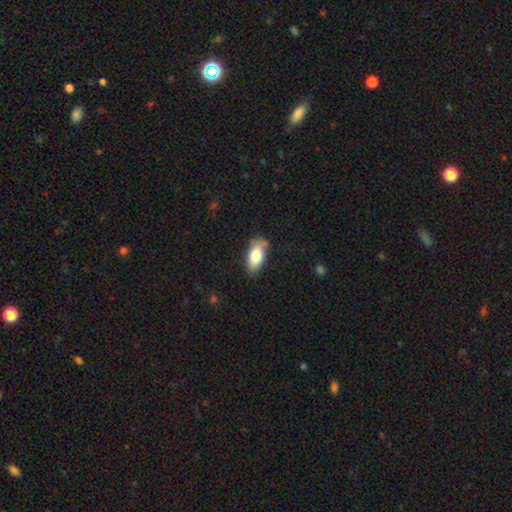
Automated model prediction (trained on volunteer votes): smooth 77%, featured or disk 16%, star or artifact 7%. Down the decision tree: how rounded — in between (91%); merging — none (67%).